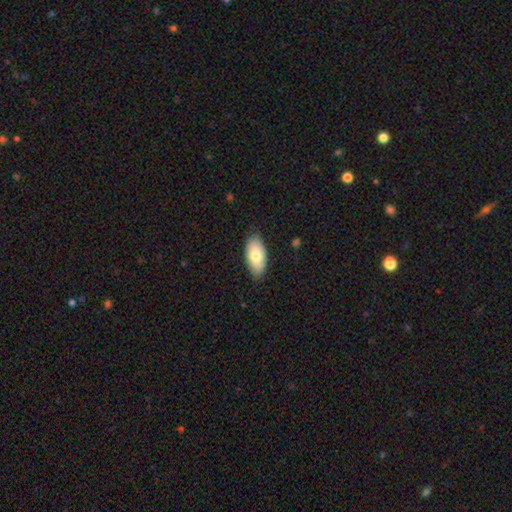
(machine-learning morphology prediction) Overall: smooth (75%). How rounded: in between (93%). Merging: none (84%).